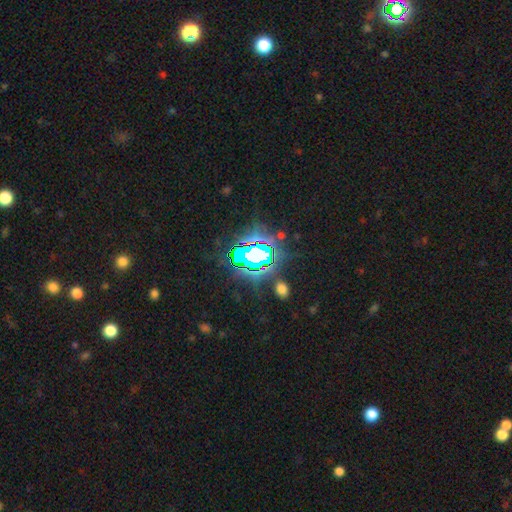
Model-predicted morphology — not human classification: type=star or artifact (75%).